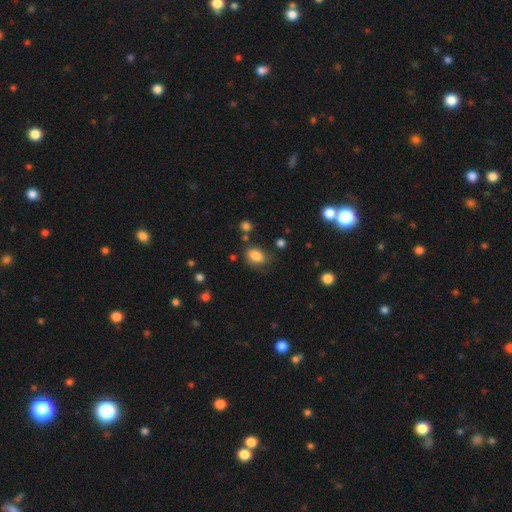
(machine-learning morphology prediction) The model was most divided on "merging": none: 63%, minor disturbance: 24%, major disturbance: 8%, merger: 4%. More confident: smooth or featured — smooth (83%); how rounded — in between (77%).